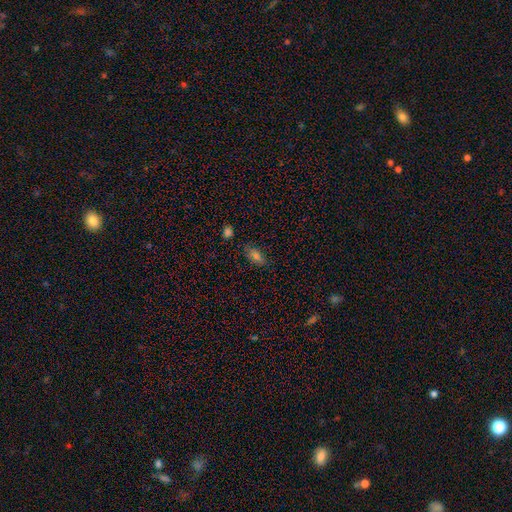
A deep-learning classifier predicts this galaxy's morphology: This appears to be a smooth galaxy with no disk features (71%) that is in between round and cigar-shaped (85%). Merging: none (80%).